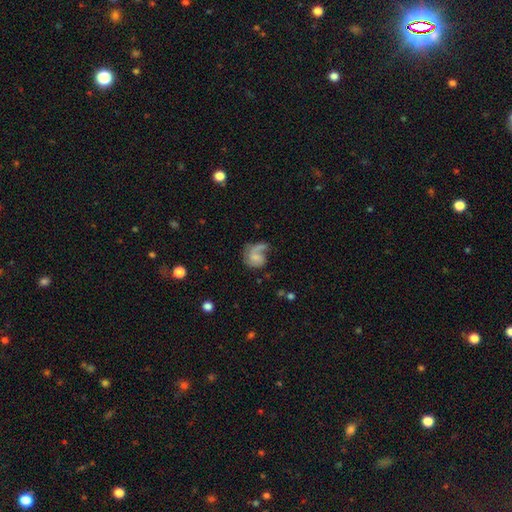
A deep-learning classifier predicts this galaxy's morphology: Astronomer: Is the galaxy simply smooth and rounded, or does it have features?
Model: featured or disk — 61%.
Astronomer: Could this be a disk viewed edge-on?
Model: no — 98%.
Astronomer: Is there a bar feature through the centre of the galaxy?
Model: no — 66%.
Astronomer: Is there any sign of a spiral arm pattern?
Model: yes — 86%.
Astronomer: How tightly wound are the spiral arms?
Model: loose — 42% (runner-up: medium, 38%).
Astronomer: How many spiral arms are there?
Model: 1 — 62%.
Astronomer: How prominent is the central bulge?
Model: small — 43% (runner-up: none, 31%).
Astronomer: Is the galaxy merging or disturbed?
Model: none — 38% (runner-up: major disturbance, 33%).